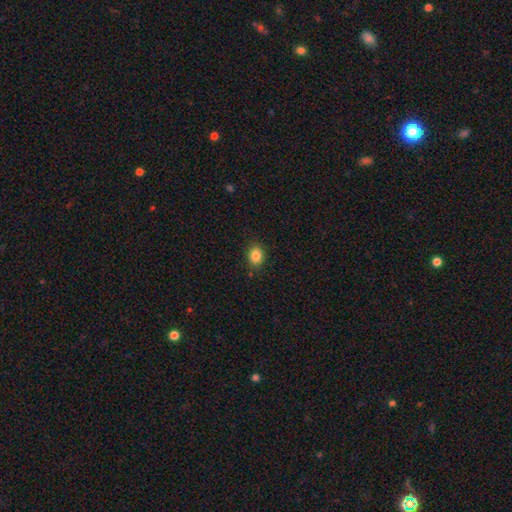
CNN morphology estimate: Smooth or featured? Predicted: smooth (p=0.85). How rounded? Predicted: in between (p=0.52). Merging? Predicted: none (p=0.86).